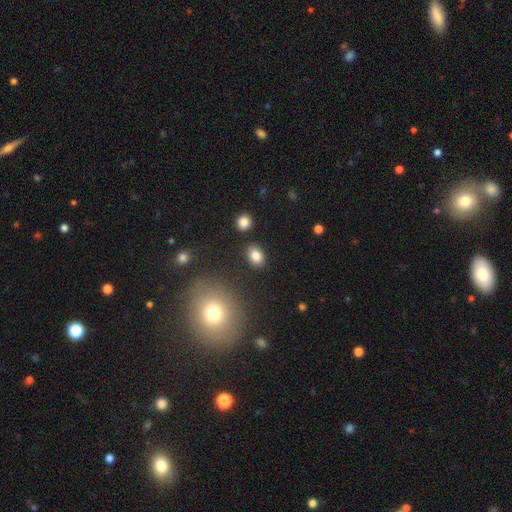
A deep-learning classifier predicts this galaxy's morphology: smooth_or_featured: smooth (p=0.84) [alt: star or artifact p=0.09]
how_rounded: in between (p=0.75) [alt: round p=0.23]
merging: none (p=0.86) [alt: minor disturbance p=0.08]